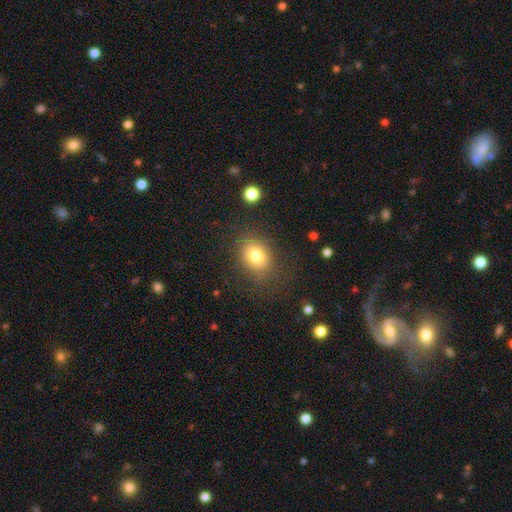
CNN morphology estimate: This is likely a smooth galaxy (78%). How rounded: possibly in between (55%). Merging: likely none (78%).